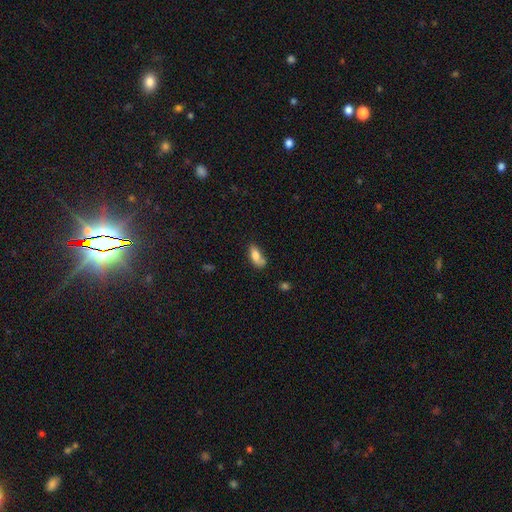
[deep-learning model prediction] Smooth or featured: smooth — 77% (featured or disk — 15%)
How rounded: in between — 84% (cigar-shaped — 12%)
Merging: none — 49% (minor disturbance — 28%)